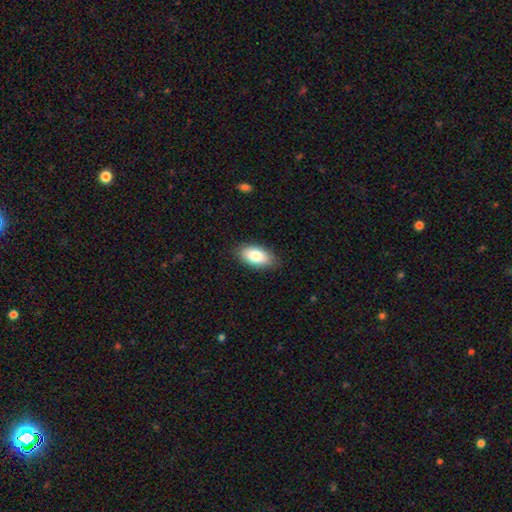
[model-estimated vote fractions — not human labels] The model was most divided on "smooth or featured": smooth: 82%, featured or disk: 12%, star or artifact: 7%. More confident: how rounded — in between (93%); merging — none (86%).